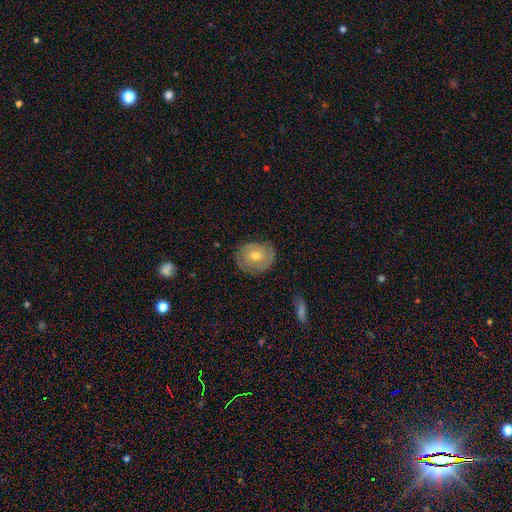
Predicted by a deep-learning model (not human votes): This appears to be a featured or disk galaxy (56%) with no bar (70%), spiral arms (64%) and a moderate central bulge (71%). Merging: none (80%).